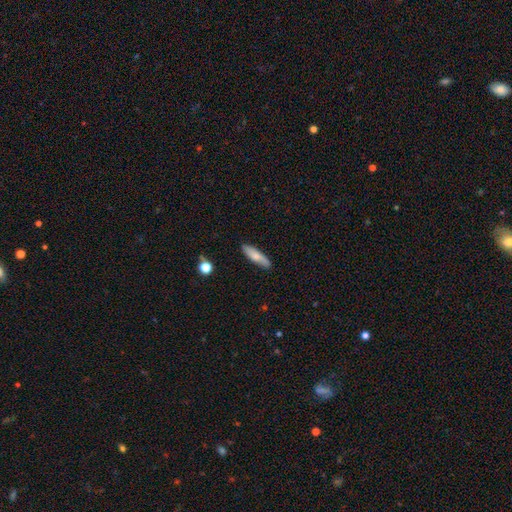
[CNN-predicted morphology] A smooth galaxy with no disk features (72%) that is cigar-shaped (66%). Merging: none (83%).